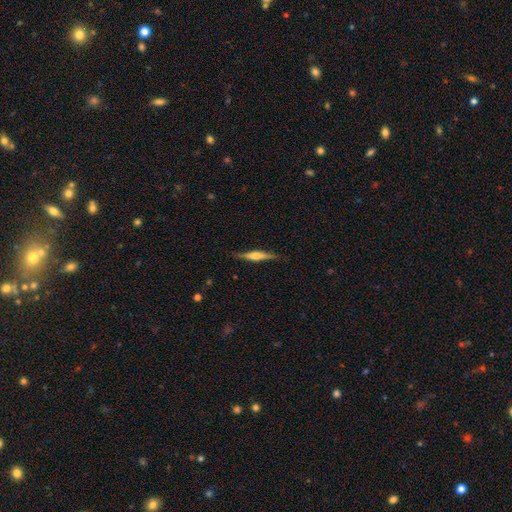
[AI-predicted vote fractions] Morphology: type=featured or disk (61%); edge-on=yes (97%); edge-on bulge=rounded (68%); merging=none (87%).